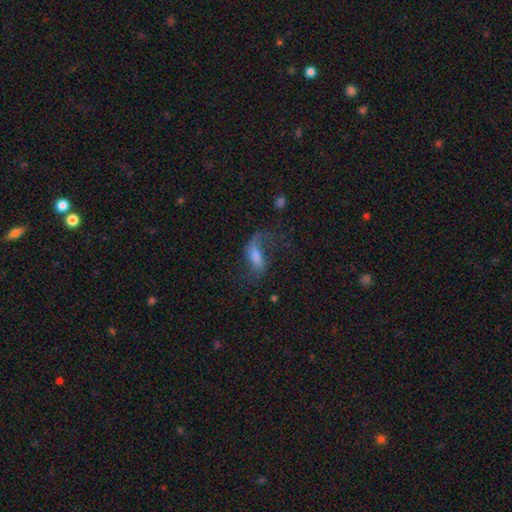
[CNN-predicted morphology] type=featured or disk (62%); edge-on=no (91%); bar=weak (42%); spiral arms=yes (85%); bulge=moderate (37%); merging=none (48%).